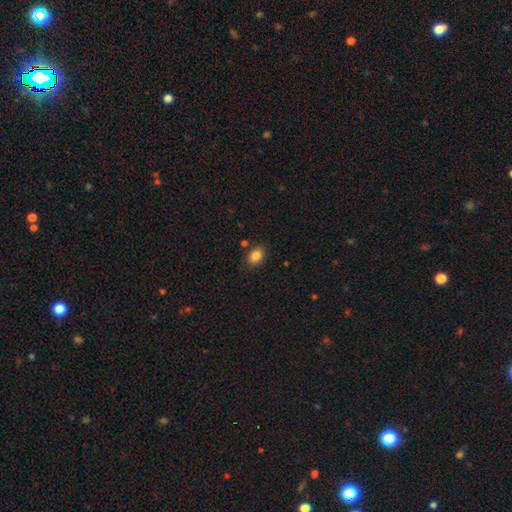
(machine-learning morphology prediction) Smooth or featured? Predicted: smooth (p=0.85). How rounded? Predicted: in between (p=0.74). Merging? Predicted: none (p=0.83).